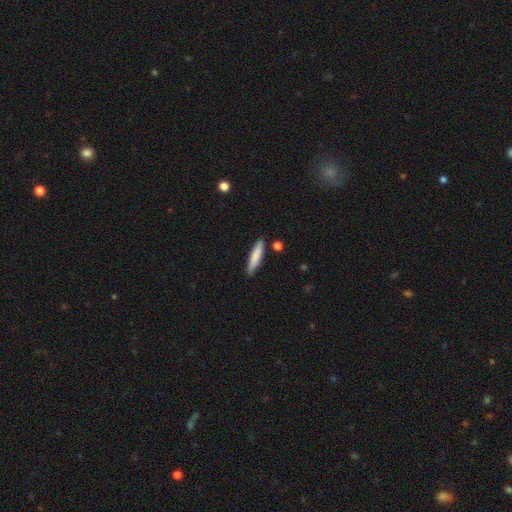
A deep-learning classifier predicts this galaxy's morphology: Smooth or featured: smooth — 81% (featured or disk — 13%)
How rounded: cigar-shaped — 83% (in between — 15%)
Merging: none — 85% (minor disturbance — 10%)